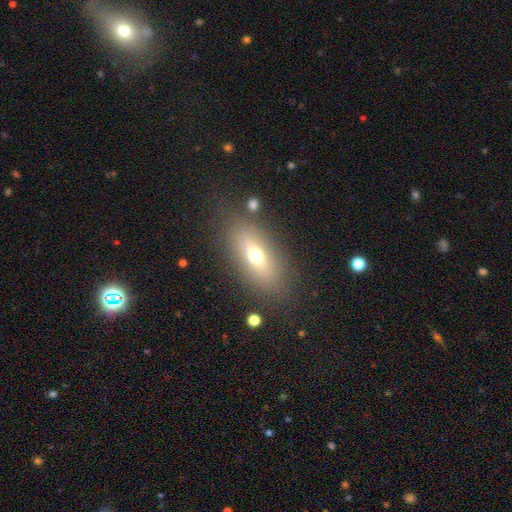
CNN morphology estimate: smooth 63%, featured or disk 25%, star or artifact 12%. Down the decision tree: how rounded — in between (76%); merging — none (81%).